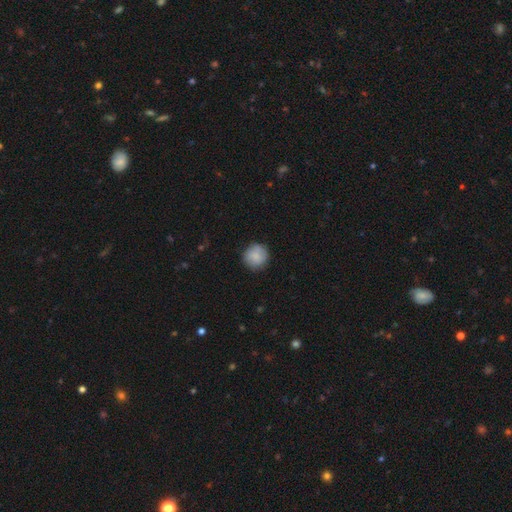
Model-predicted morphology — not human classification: Q: Smooth or featured?
A: smooth (84%); runner-up: featured or disk (9%)
Q: How rounded?
A: round (94%); runner-up: in between (5%)
Q: Merging?
A: none (84%); runner-up: minor disturbance (12%)